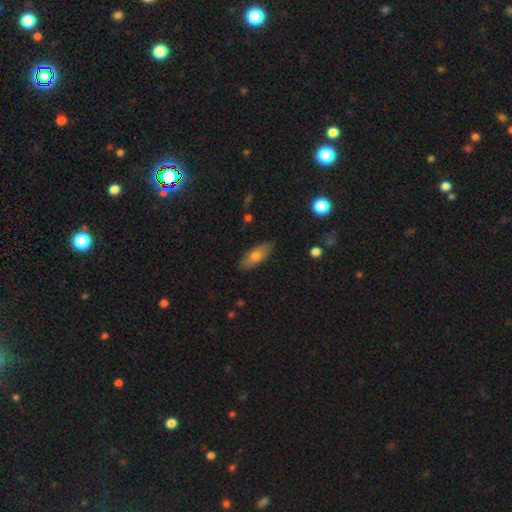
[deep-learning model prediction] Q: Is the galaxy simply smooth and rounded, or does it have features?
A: smooth — 71%.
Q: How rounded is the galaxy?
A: in between — 76%.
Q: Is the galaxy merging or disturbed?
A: none — 85%.